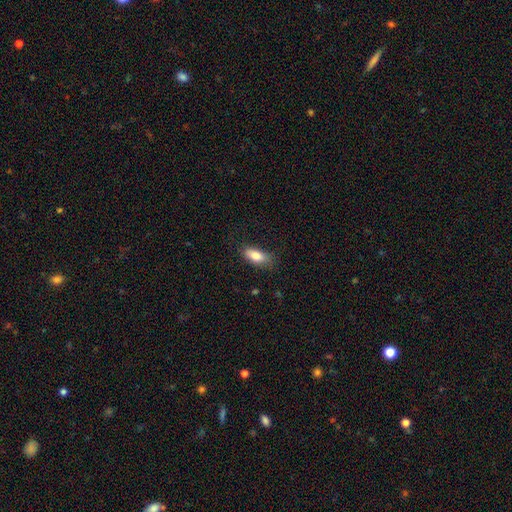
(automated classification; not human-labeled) Overall: smooth (81%). How rounded: in between (82%). Merging: none (75%).